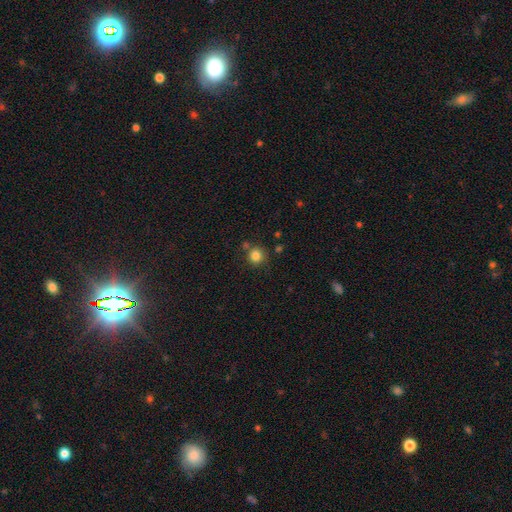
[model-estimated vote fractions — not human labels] The model was most divided on "merging": none: 76%, merger: 11%, minor disturbance: 10%, major disturbance: 3%. More confident: how rounded — round (91%); smooth or featured — smooth (83%).